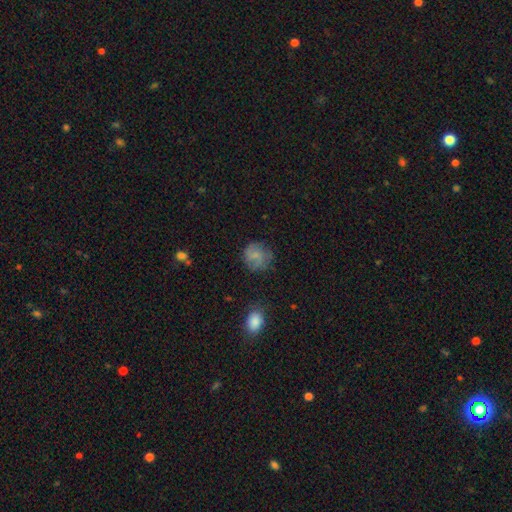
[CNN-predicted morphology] A smooth galaxy with no disk features (59%) that is round (82%). Merging: none (66%).